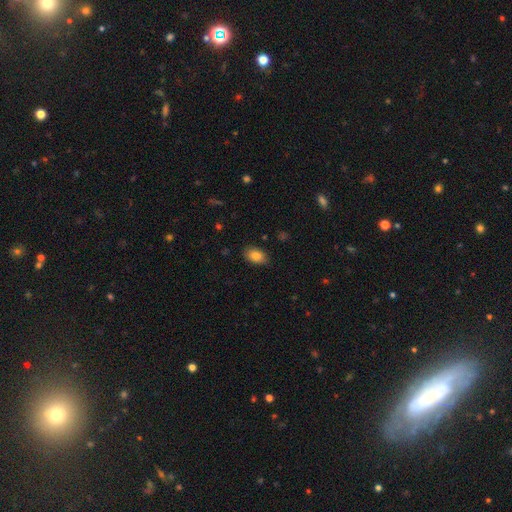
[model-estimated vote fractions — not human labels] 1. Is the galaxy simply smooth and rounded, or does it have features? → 84% smooth, 8% featured or disk, 8% star or artifact.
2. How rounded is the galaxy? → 90% in between, 8% round, 2% cigar-shaped.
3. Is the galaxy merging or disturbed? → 83% none, 13% minor disturbance, 3% major disturbance, 1% merger.